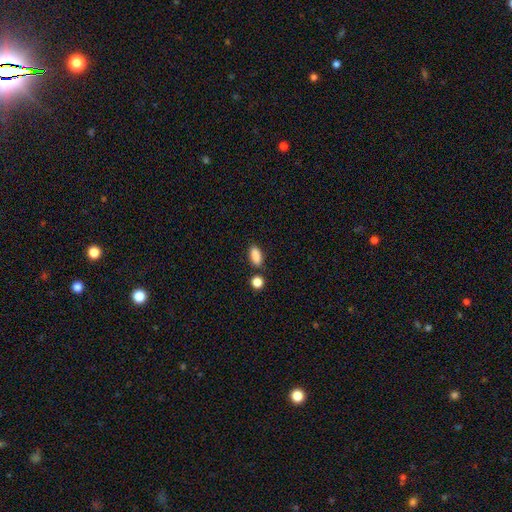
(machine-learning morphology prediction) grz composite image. It shows a smooth galaxy with no disk features (88%) that is in between round and cigar-shaped (84%). Merging: none (79%).